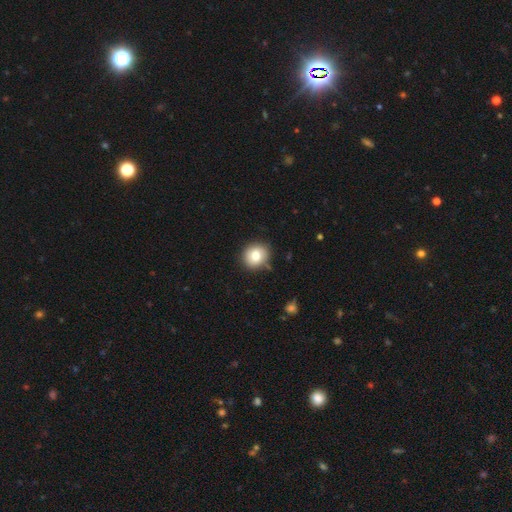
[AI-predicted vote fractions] The model was most divided on "how rounded": round: 82%, in between: 17%, cigar-shaped: 1%. More confident: merging — none (83%); smooth or featured — smooth (80%).